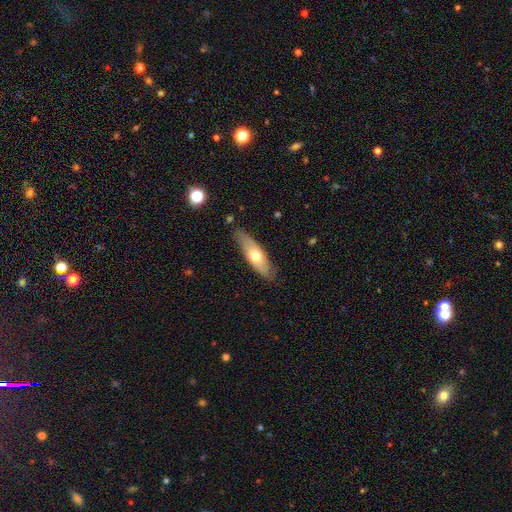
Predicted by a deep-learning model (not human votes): The model was most divided on "how rounded": in between: 53%, cigar-shaped: 45%, round: 3%. More confident: merging — none (80%); smooth or featured — smooth (54%).